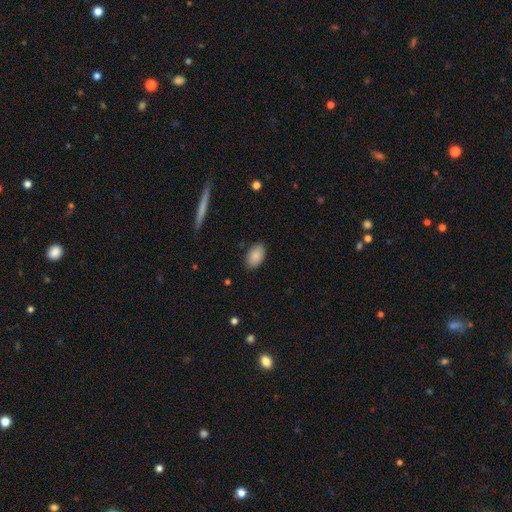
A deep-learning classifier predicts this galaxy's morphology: Smooth or featured? smooth (88%)
How rounded? in between (92%)
Merging? none (87%)